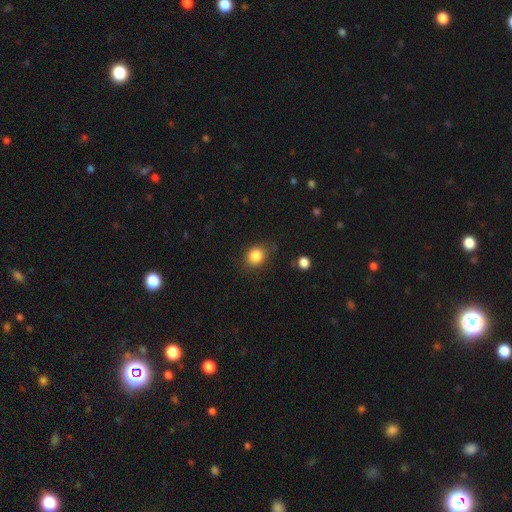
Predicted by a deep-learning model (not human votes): Smooth or featured? Predicted: smooth (p=0.85). How rounded? Predicted: round (p=0.65). Merging? Predicted: none (p=0.81).